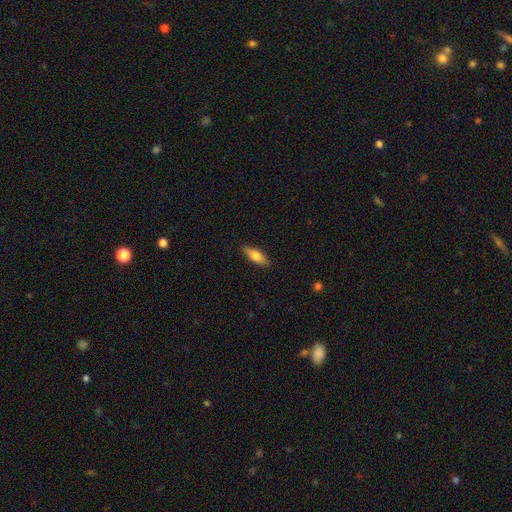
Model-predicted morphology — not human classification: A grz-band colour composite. It shows a smooth galaxy with no disk features (72%) that is in between round and cigar-shaped (62%). Merging: none (88%).